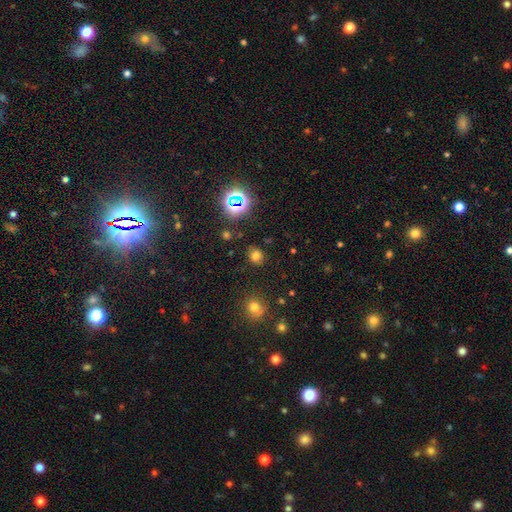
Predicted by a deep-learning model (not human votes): smooth 72%, star or artifact 22%, featured or disk 6%. Down the decision tree: how rounded — round (72%); merging — none (85%).